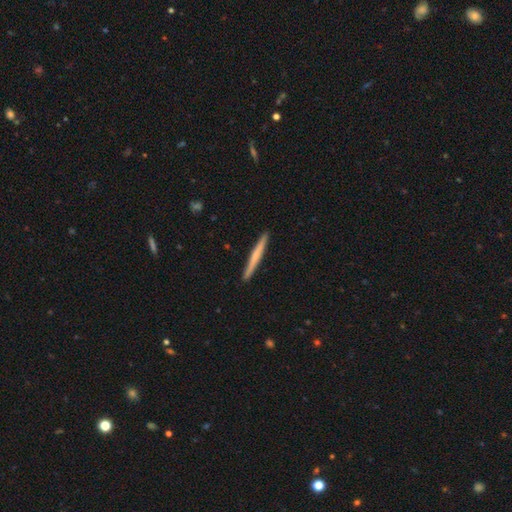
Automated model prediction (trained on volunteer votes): Smooth or featured? Predicted: smooth (p=0.48). Merging? Predicted: none (p=0.93).